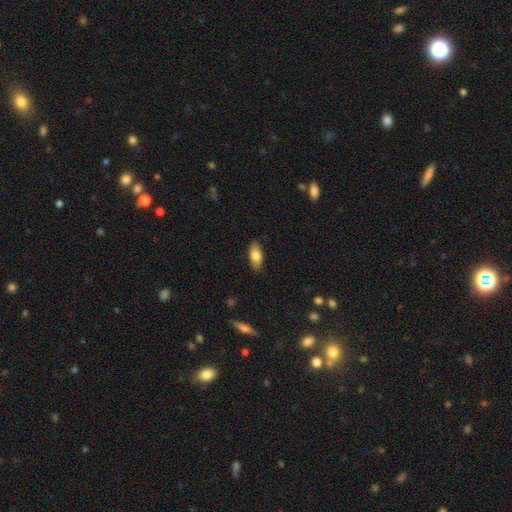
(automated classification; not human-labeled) Morphology: type=smooth (77%); roundness=in between (86%); merging=none (85%).